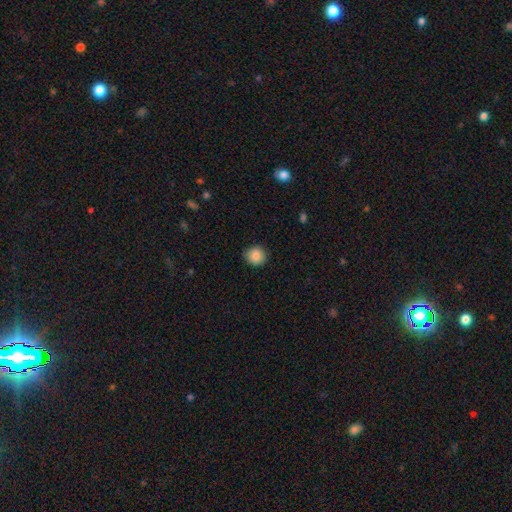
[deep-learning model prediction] This appears to be a smooth galaxy with no disk features (88%) that is round (89%). Merging: none (87%).